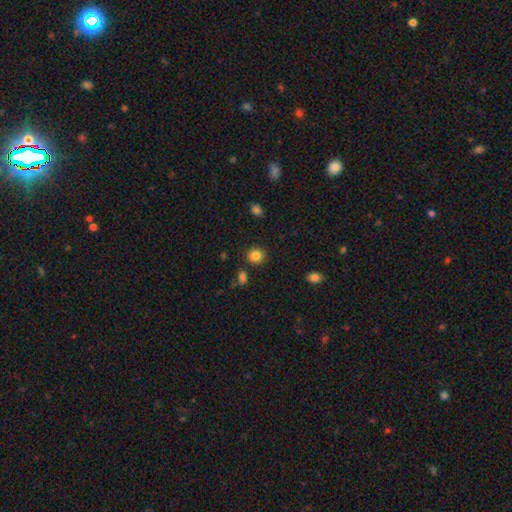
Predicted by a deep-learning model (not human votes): The model was most divided on "how rounded": round: 85%, in between: 14%, cigar-shaped: 1%. More confident: merging — none (85%); smooth or featured — smooth (85%).